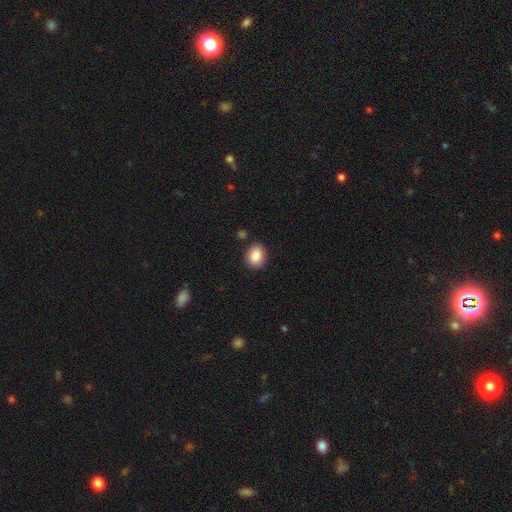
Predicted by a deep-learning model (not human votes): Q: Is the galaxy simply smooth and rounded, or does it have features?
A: smooth — 86%.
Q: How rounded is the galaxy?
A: round — 52%.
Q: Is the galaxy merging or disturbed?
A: none — 87%.